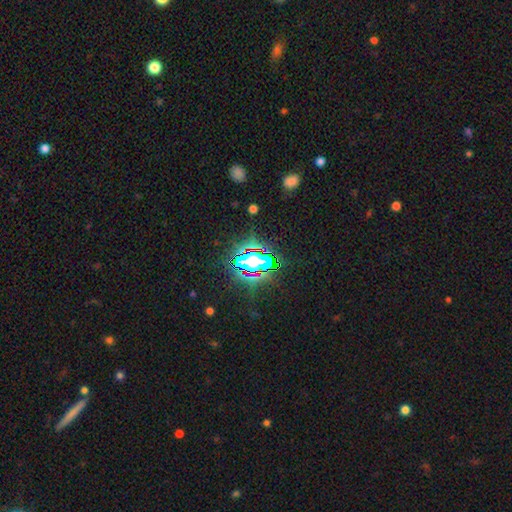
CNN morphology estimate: This is clearly a star or artifact rather than a galaxy (81%).